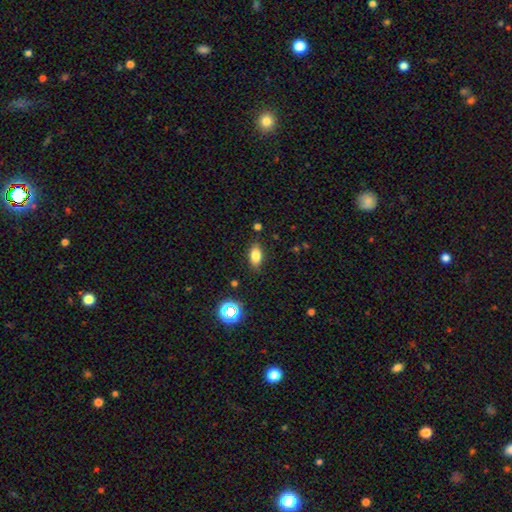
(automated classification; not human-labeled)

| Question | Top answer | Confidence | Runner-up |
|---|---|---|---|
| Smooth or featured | smooth | 79% | star or artifact (12%) |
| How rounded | in between | 85% | round (7%) |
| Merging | none | 84% | minor disturbance (11%) |